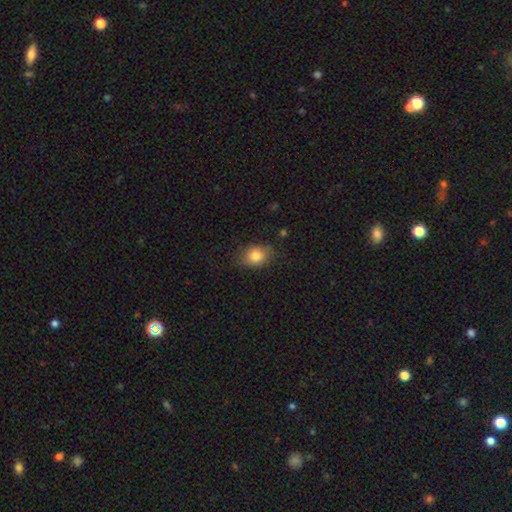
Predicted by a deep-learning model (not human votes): Smooth or featured: smooth — 82% (star or artifact — 10%)
How rounded: in between — 58% (round — 41%)
Merging: none — 77% (minor disturbance — 18%)